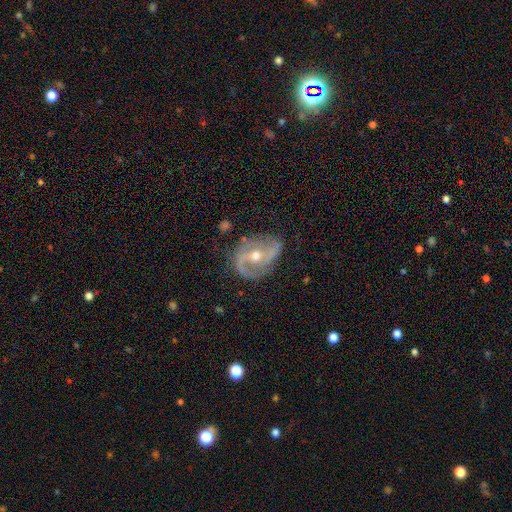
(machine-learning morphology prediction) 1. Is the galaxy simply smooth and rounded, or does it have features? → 86% featured or disk, 8% smooth, 6% star or artifact.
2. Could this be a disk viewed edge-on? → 97% no, 3% yes.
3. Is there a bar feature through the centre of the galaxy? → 42% no, 35% weak, 23% strong.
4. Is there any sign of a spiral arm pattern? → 93% yes, 7% no.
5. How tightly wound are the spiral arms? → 43% medium, 39% loose, 18% tight.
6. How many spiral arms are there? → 86% 2, 5% can't tell, 5% 1, 2% 3, 1% 4, 1% more than 4.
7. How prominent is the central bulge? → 65% moderate, 31% small, 2% large, 1% none, 1% dominant.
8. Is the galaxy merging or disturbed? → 69% none, 21% minor disturbance, 9% major disturbance, 2% merger.